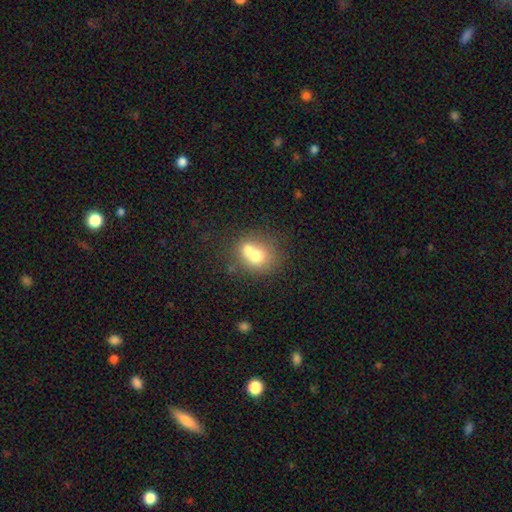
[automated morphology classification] Smooth or featured: smooth — 67% (featured or disk — 23%)
How rounded: round — 69% (in between — 30%)
Merging: merger — 57% (none — 31%)